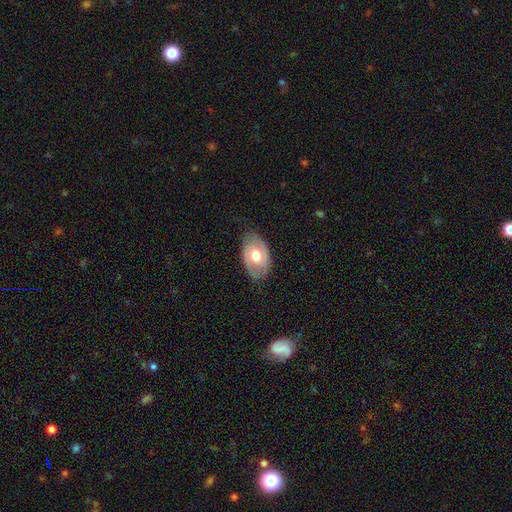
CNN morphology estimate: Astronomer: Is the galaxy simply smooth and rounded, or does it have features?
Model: smooth — 49% (runner-up: featured or disk, 46%).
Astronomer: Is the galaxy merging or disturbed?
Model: none — 75%.